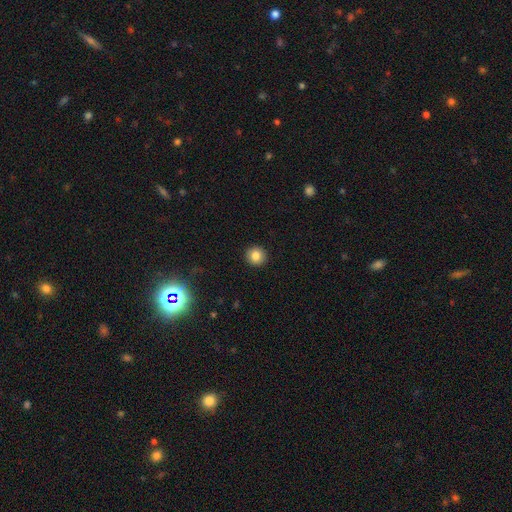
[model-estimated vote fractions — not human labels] Smooth or featured? Predicted: smooth (p=0.83). How rounded? Predicted: round (p=0.92). Merging? Predicted: none (p=0.93).